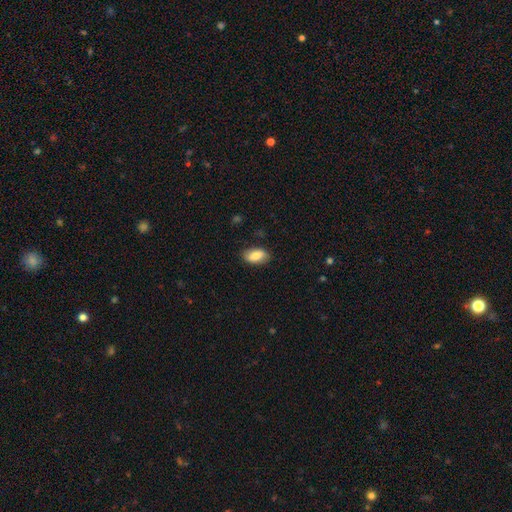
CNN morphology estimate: smooth_or_featured: smooth (p=0.81) [alt: featured or disk p=0.12]
how_rounded: in between (p=0.92) [alt: round p=0.04]
merging: none (p=0.82) [alt: minor disturbance p=0.14]